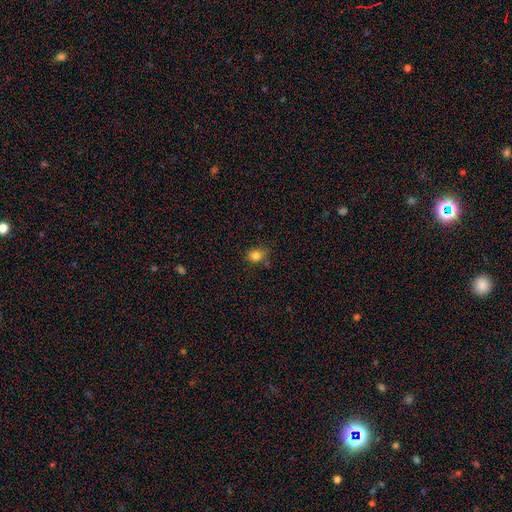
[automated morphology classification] Smooth or featured? smooth (82%)
How rounded? round (65%)
Merging? none (70%)